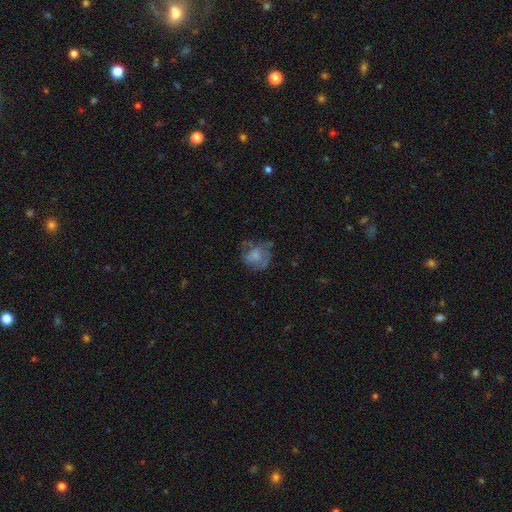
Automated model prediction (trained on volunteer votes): This appears to be a smooth galaxy with no disk features (47%). Merging: none (52%).